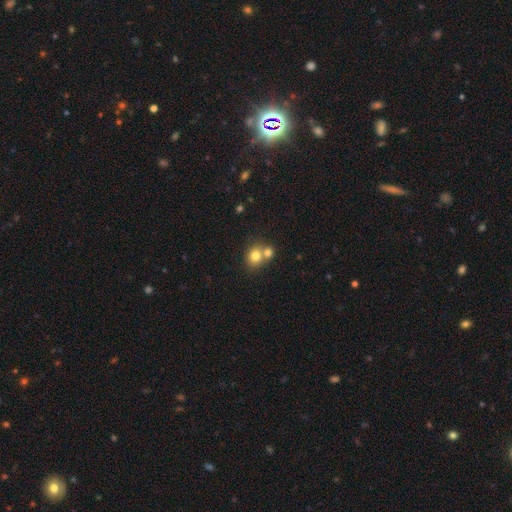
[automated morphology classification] smooth 78%, star or artifact 11%, featured or disk 11%. Down the decision tree: how rounded — round (74%); merging — merger (49%).